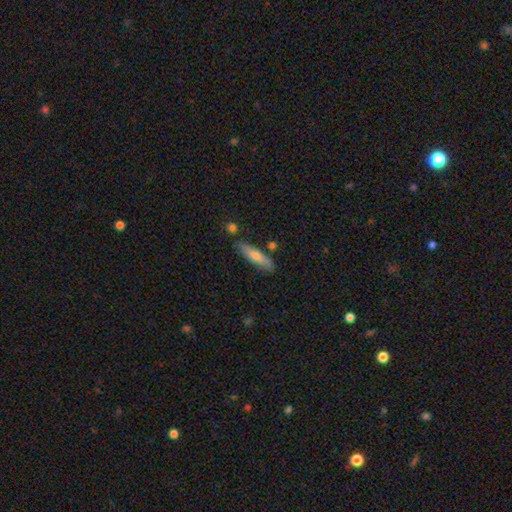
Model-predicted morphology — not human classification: Smooth or featured? smooth (64%)
How rounded? cigar-shaped (77%)
Merging? none (80%)